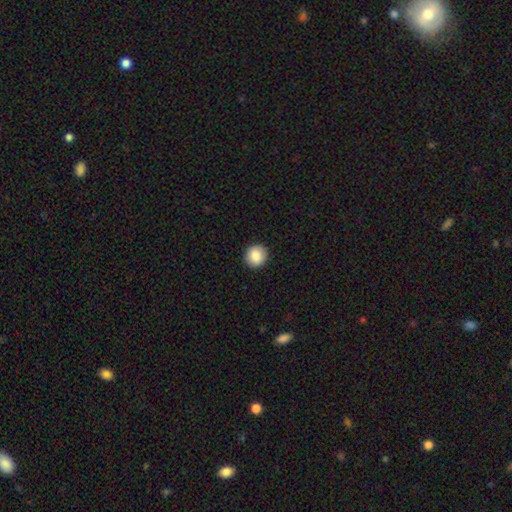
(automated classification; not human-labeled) The model was most divided on "smooth or featured": smooth: 86%, star or artifact: 8%, featured or disk: 6%. More confident: merging — none (92%); how rounded — round (91%).